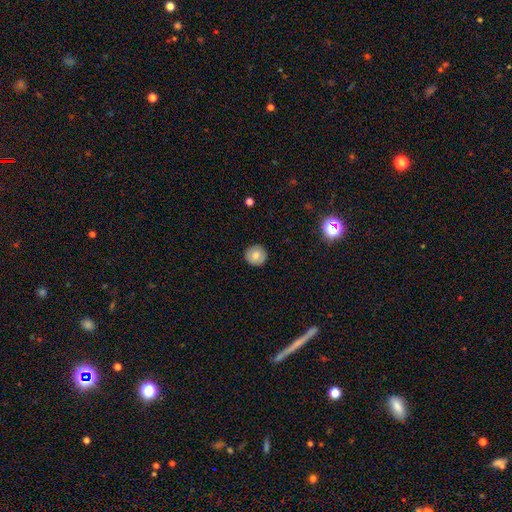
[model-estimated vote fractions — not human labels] A smooth galaxy with no disk features (77%) that is round (95%).

Vote fractions:
- Smooth or featured? smooth: 77% / featured or disk: 15% / star or artifact: 8%
- How rounded? round: 95% / in between: 4% / cigar-shaped: 1%
- Merging? none: 91% / minor disturbance: 6% / major disturbance: 2% / merger: 1%